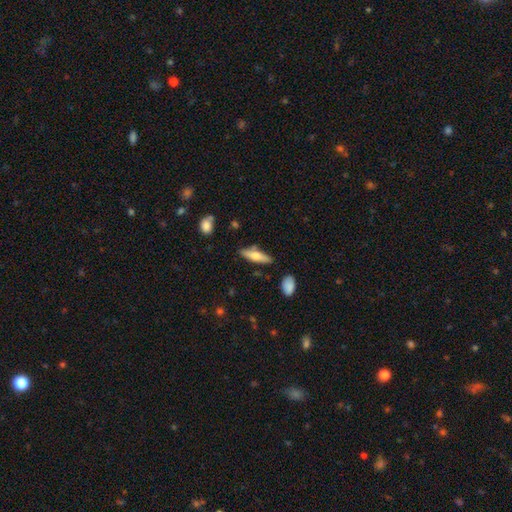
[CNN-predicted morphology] smooth-or-featured: smooth: 59% | featured or disk: 35% | star or artifact: 6%
  how-rounded: cigar-shaped: 62% | in between: 36% | round: 2%
  merging: none: 78% | minor disturbance: 15% | merger: 4% | major disturbance: 3%